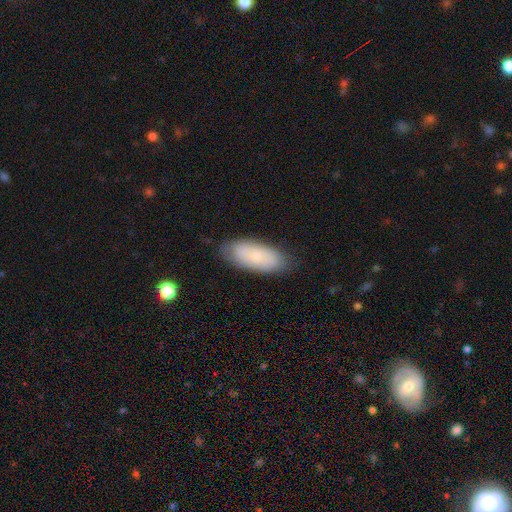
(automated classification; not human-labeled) A smooth galaxy with no disk features (75%) that is in between round and cigar-shaped (83%).

Vote fractions:
- Smooth or featured? smooth: 75% / featured or disk: 18% / star or artifact: 7%
- How rounded? in between: 83% / cigar-shaped: 15% / round: 2%
- Merging? none: 81% / minor disturbance: 15% / major disturbance: 3% / merger: 1%